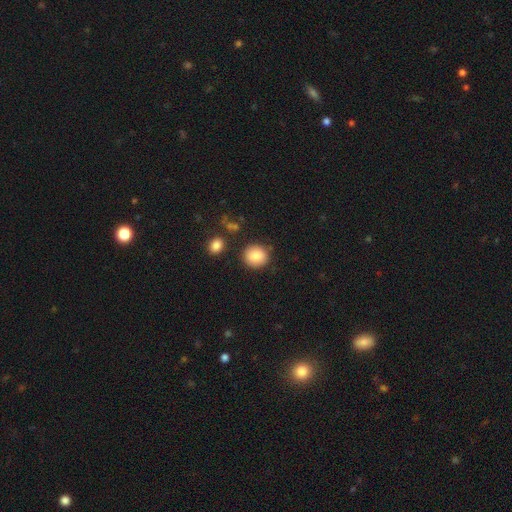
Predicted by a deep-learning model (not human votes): Smooth or featured: smooth — 86% (star or artifact — 8%)
How rounded: round — 85% (in between — 14%)
Merging: none — 85% (minor disturbance — 9%)